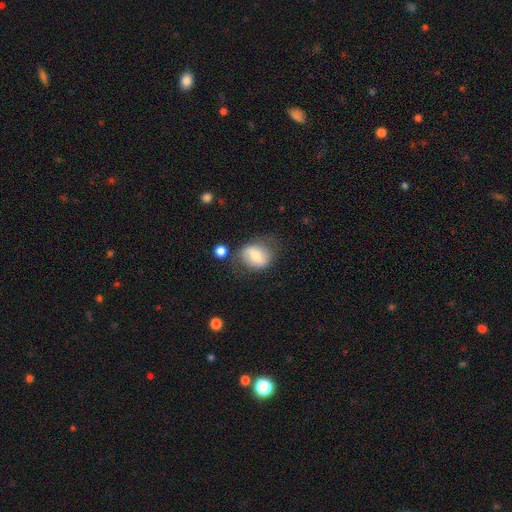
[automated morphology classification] Q: Smooth or featured?
A: smooth (57%); runner-up: featured or disk (36%)
Q: How rounded?
A: round (54%); runner-up: in between (45%)
Q: Merging?
A: none (61%); runner-up: minor disturbance (23%)